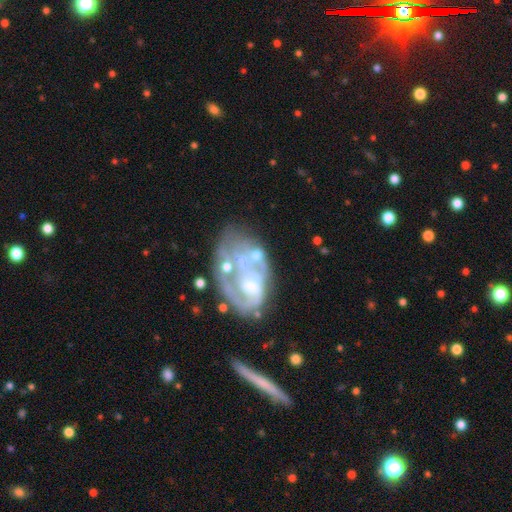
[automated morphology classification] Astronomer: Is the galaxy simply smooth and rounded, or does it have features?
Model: featured or disk — 69%.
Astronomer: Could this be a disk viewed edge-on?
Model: no — 97%.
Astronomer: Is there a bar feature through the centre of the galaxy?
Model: no — 76%.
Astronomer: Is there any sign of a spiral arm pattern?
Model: no — 64%.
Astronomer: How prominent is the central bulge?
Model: none — 36% (runner-up: moderate, 33%).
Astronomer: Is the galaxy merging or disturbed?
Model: major disturbance — 29% (runner-up: merger, 27%).